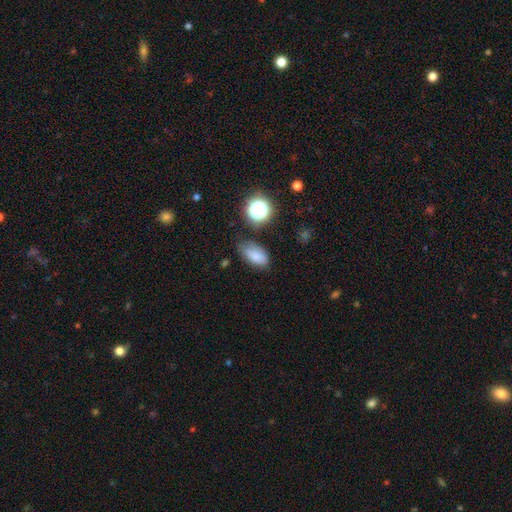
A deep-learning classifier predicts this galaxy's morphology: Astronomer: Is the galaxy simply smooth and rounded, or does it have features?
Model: smooth — 77%.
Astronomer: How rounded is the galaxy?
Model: in between — 88%.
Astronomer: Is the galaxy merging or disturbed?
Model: none — 62%.